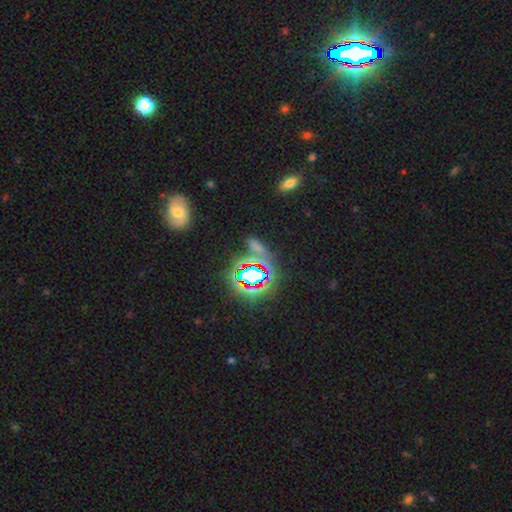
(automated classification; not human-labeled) This is likely a star or artifact rather than a galaxy (71%).